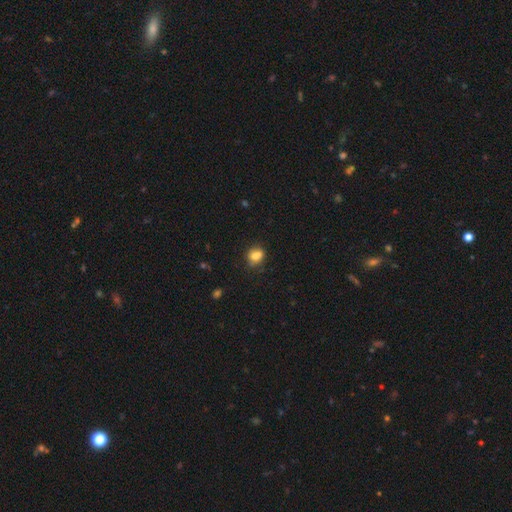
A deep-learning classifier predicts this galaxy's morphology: smooth-or-featured: smooth: 75% | featured or disk: 13% | star or artifact: 11%
  how-rounded: round: 54% | in between: 45% | cigar-shaped: 2%
  merging: none: 56% | merger: 22% | minor disturbance: 18% | major disturbance: 5%